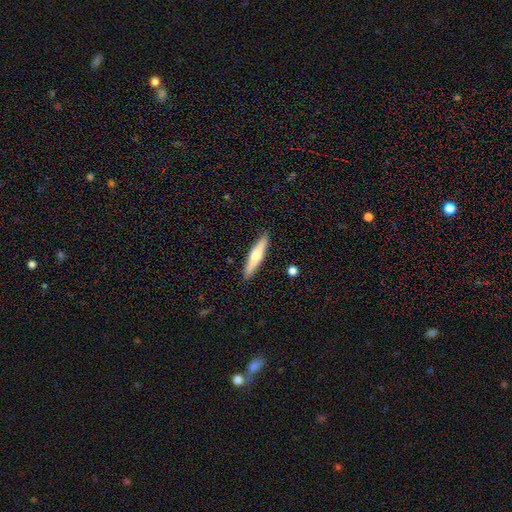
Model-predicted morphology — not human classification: Smooth or featured: smooth — 51% (featured or disk — 43%)
How rounded: cigar-shaped — 83% (in between — 16%)
Merging: none — 90% (minor disturbance — 7%)